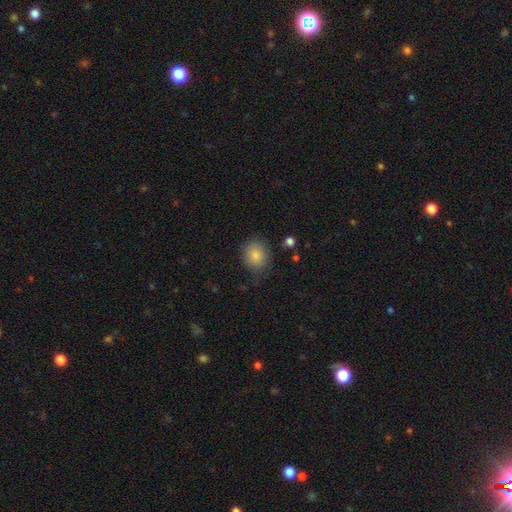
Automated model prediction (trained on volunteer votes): Smooth or featured: smooth — 84% (star or artifact — 9%)
How rounded: round — 67% (in between — 32%)
Merging: none — 76% (minor disturbance — 17%)